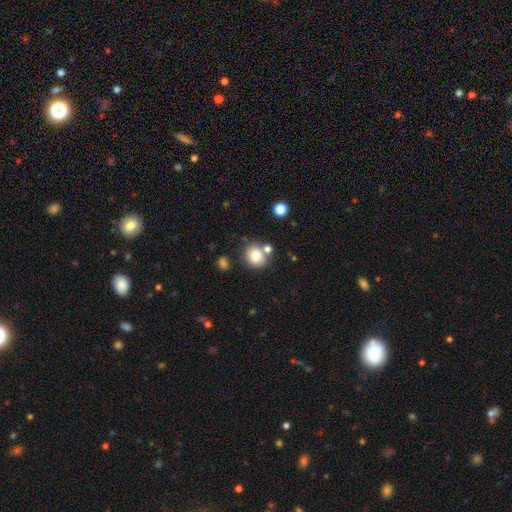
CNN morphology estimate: smooth-or-featured: smooth: 79% | star or artifact: 10% | featured or disk: 10%
  how-rounded: round: 83% | in between: 16% | cigar-shaped: 1%
  merging: none: 66% | merger: 19% | minor disturbance: 12% | major disturbance: 4%